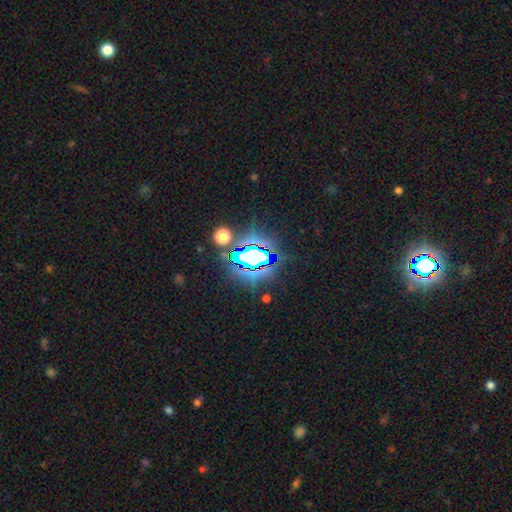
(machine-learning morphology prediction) The model was most divided on "smooth or featured": star or artifact: 72%, smooth: 16%, featured or disk: 12%.